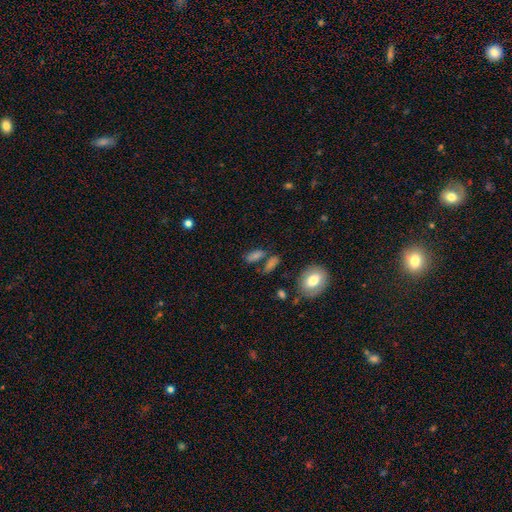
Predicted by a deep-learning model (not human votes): Smooth or featured: smooth — 68% (star or artifact — 16%)
How rounded: in between — 66% (cigar-shaped — 23%)
Merging: none — 62% (merger — 17%)